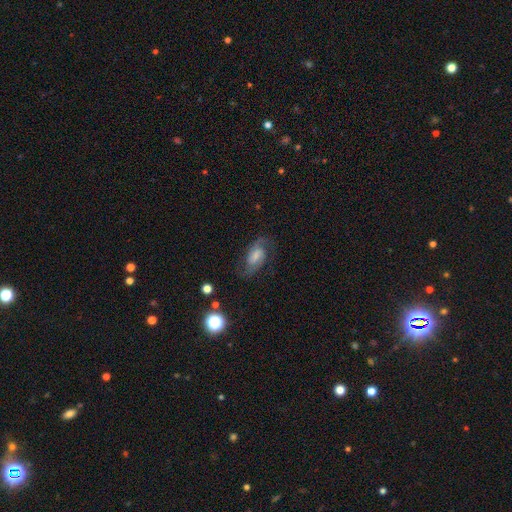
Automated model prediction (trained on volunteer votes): A featured or disk galaxy (72%) with a weak bar (49%), 2 (89%) medium (51%) spiral arms (94%) and a small central bulge (35%).

Vote fractions:
- Smooth or featured? featured or disk: 72% / smooth: 20% / star or artifact: 9%
- Edge-on disk? no: 96% / yes: 4%
- Bar? weak: 49% / no: 33% / strong: 18%
- Spiral arms? yes: 94% / no: 6%
- Spiral winding? medium: 51% / loose: 30% / tight: 19%
- Spiral arm count? 2: 89% / can't tell: 5% / 1: 2% / 3: 2% / 4: 1% / more than 4: 1%
- Bulge size? small: 35% / moderate: 29% / none: 23% / large: 11% / dominant: 2%
- Merging? none: 72% / minor disturbance: 17% / major disturbance: 10% / merger: 2%